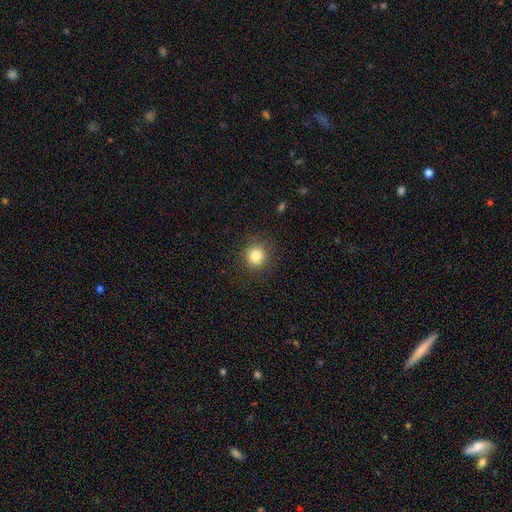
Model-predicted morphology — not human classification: Smooth or featured: smooth — 83% (star or artifact — 11%)
How rounded: round — 91% (in between — 8%)
Merging: none — 89% (minor disturbance — 7%)